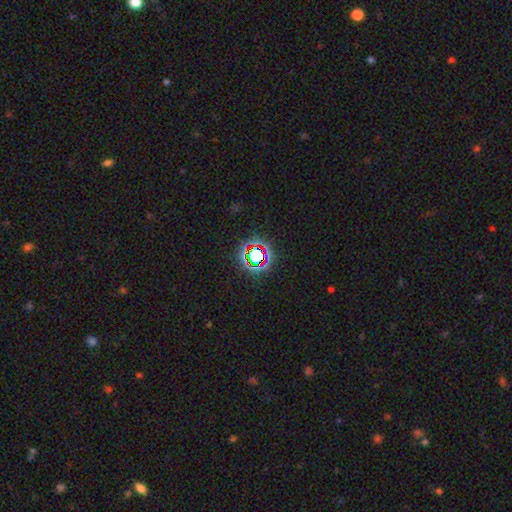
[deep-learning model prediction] star or artifact 70%, smooth 20%, featured or disk 10%.